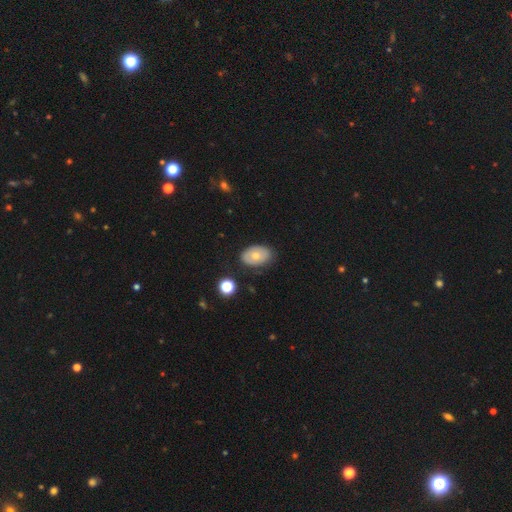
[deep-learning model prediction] A smooth galaxy with no disk features (63%) that is in between round and cigar-shaped (85%).

Vote fractions:
- Smooth or featured? smooth: 63% / featured or disk: 29% / star or artifact: 8%
- How rounded? in between: 85% / round: 13% / cigar-shaped: 1%
- Merging? none: 79% / minor disturbance: 16% / major disturbance: 4% / merger: 2%